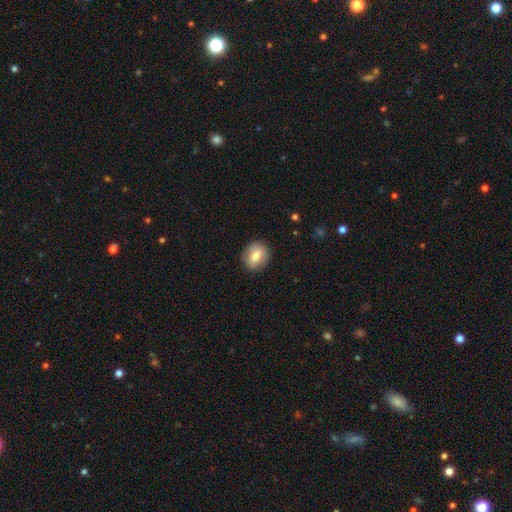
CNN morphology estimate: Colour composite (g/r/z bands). It shows a smooth galaxy with no disk features (76%) that is round (68%). Merging: none (88%).